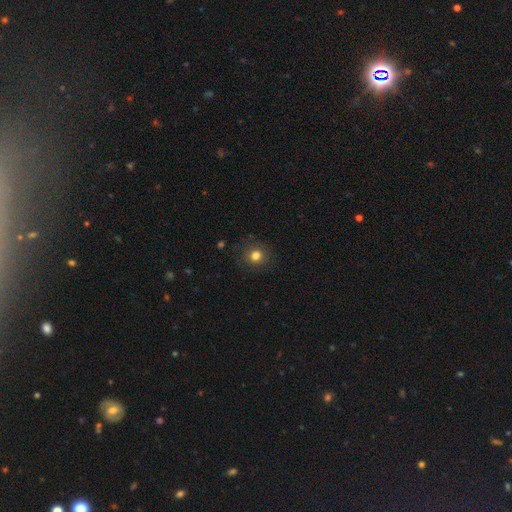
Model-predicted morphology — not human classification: Smooth or featured? smooth (79%)
How rounded? round (89%)
Merging? none (87%)